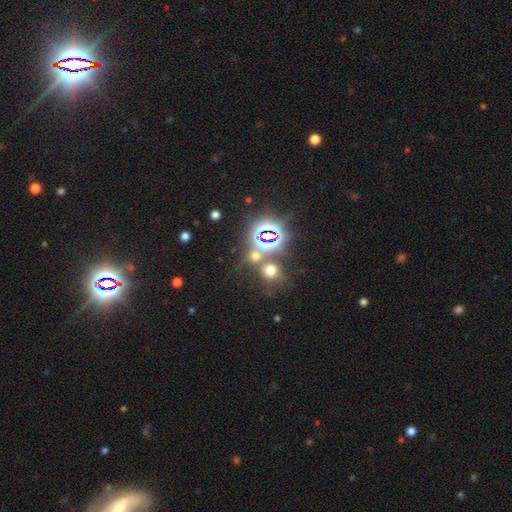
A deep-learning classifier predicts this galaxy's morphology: Q: Smooth or featured?
A: star or artifact (49%); runner-up: smooth (42%)